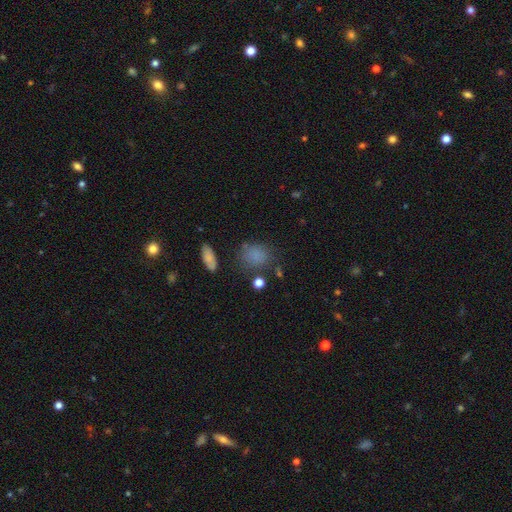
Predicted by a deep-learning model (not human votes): smooth_or_featured: smooth (p=0.77) [alt: star or artifact p=0.15]
how_rounded: round (p=0.64) [alt: in between p=0.35]
merging: none (p=0.64) [alt: minor disturbance p=0.20]